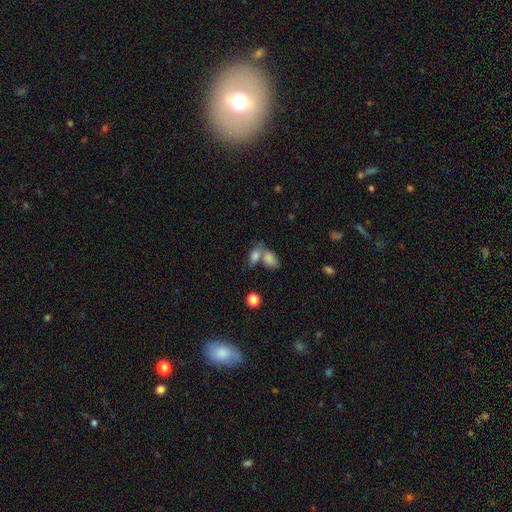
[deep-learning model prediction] Morphology: type=smooth (79%); roundness=in between (85%); merging=merger (53%).